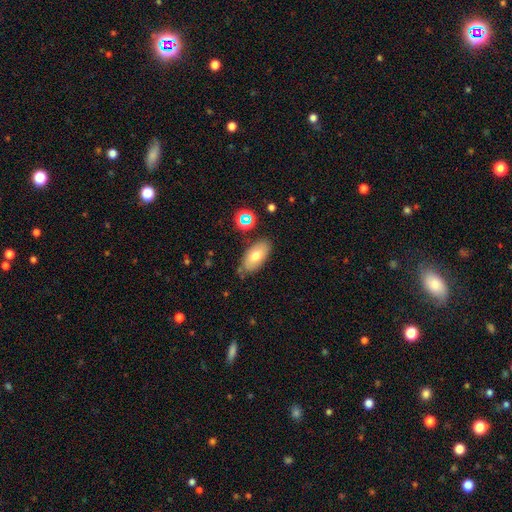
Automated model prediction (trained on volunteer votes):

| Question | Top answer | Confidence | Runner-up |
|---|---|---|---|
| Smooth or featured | smooth | 66% | featured or disk (24%) |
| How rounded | in between | 91% | cigar-shaped (5%) |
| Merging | none | 71% | minor disturbance (20%) |